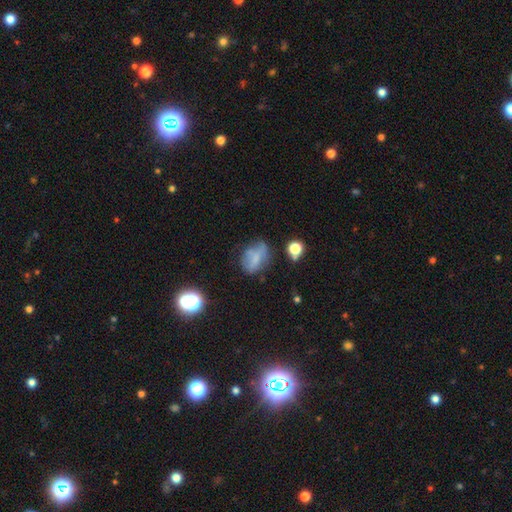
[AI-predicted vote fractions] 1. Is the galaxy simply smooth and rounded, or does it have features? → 59% smooth, 27% featured or disk, 14% star or artifact.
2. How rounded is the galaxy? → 73% in between, 24% round, 3% cigar-shaped.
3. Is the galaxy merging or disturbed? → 46% none, 30% minor disturbance, 18% major disturbance, 7% merger.